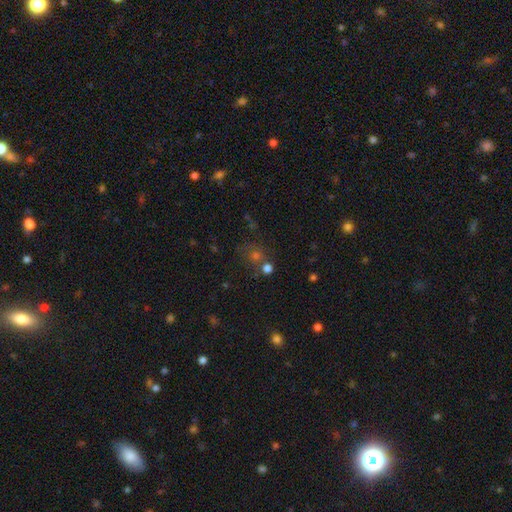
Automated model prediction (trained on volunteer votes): smooth_or_featured: smooth (p=0.51) [alt: star or artifact p=0.38]
how_rounded: round (p=0.84) [alt: in between p=0.15]
merging: none (p=0.65) [alt: merger p=0.19]